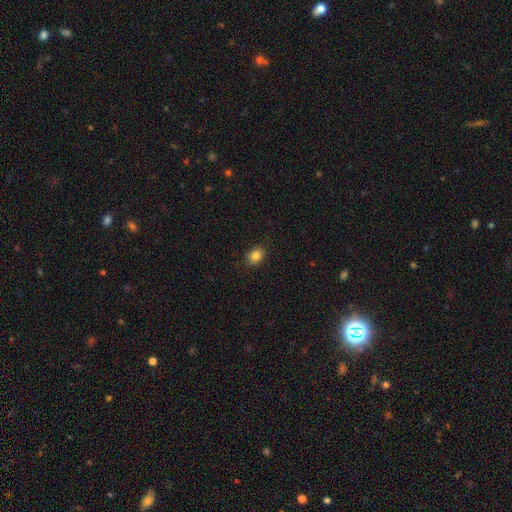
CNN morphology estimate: Smooth or featured? Predicted: smooth (p=0.84). How rounded? Predicted: in between (p=0.60). Merging? Predicted: none (p=0.87).